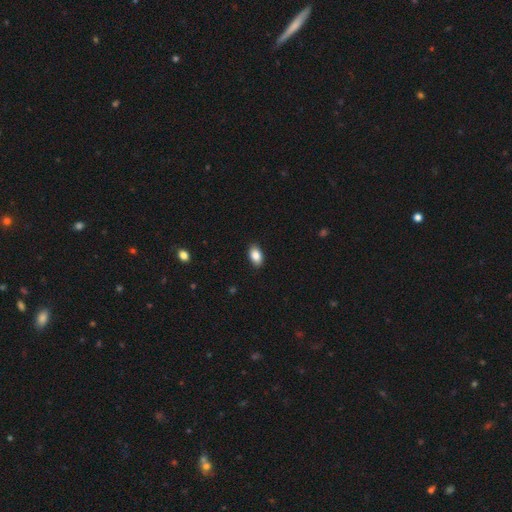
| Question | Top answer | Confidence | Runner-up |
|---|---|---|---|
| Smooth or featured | smooth | 90% | featured or disk (5%) |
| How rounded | in between | 89% | round (11%) |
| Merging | none | 95% | minor disturbance (5%) |